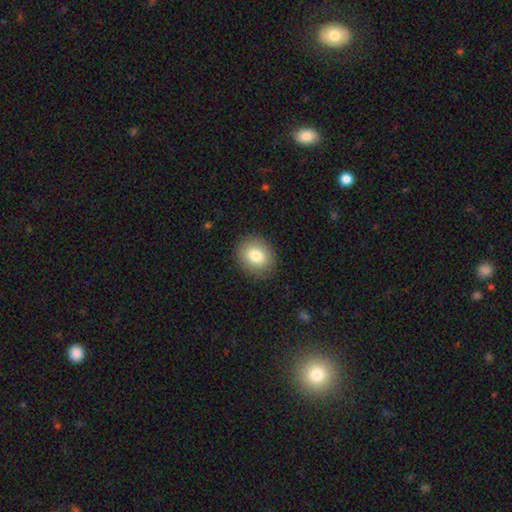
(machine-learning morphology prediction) Overall: smooth (81%). How rounded: round (59%; in between 40%). Merging: none (88%).